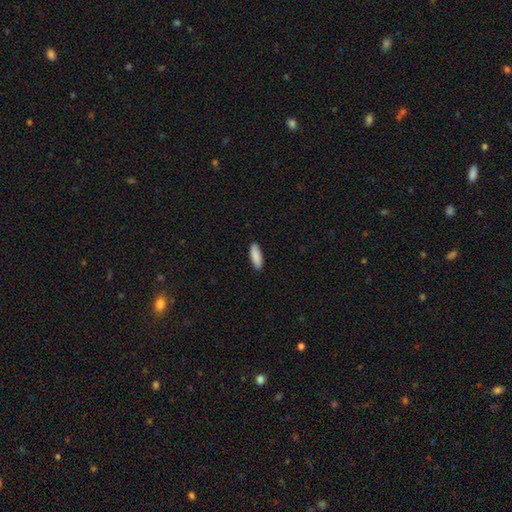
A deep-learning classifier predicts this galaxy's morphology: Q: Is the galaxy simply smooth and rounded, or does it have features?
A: smooth — 90%.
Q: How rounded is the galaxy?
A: in between — 62%.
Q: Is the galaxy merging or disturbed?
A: none — 89%.